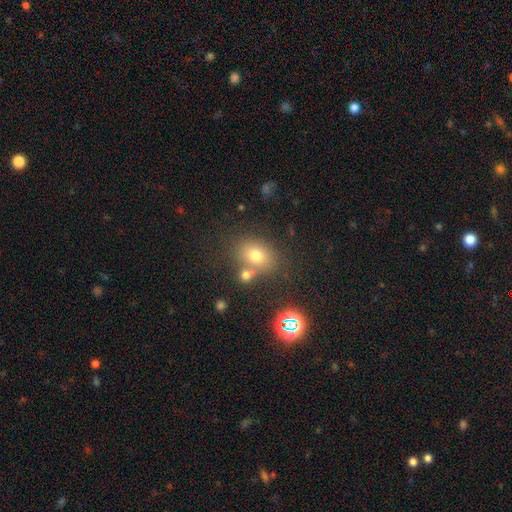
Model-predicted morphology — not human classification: This is likely a smooth galaxy (71%). How rounded: possibly in between (58%). Merging: likely none (62%).